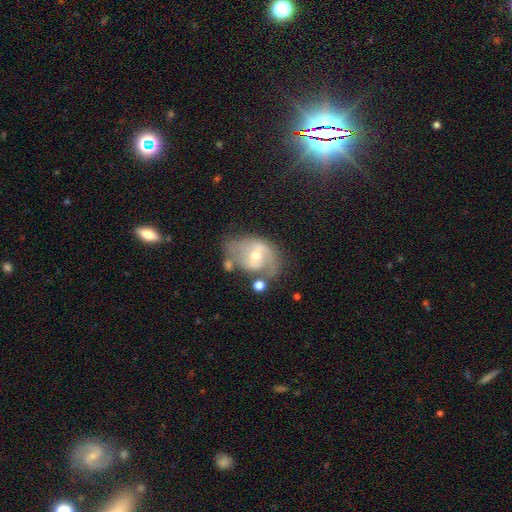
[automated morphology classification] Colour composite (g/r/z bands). It shows a featured or disk galaxy (71%) with a weak bar (46%), 2 (63%) medium (45%) spiral arms (77%) and a moderate central bulge (54%). Merging: none (43%).